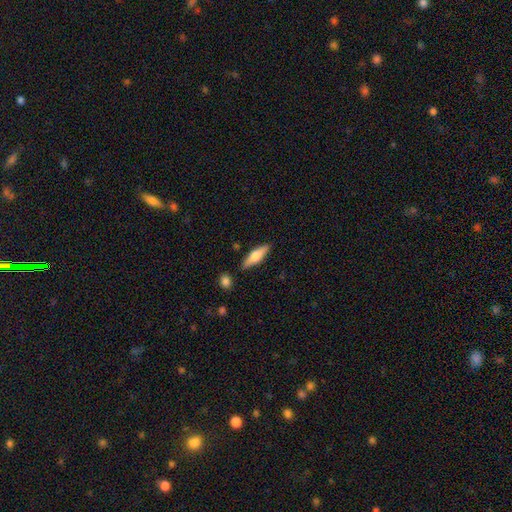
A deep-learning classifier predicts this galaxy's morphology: A smooth galaxy with no disk features (61%) that is cigar-shaped (57%).

Vote fractions:
- Smooth or featured? smooth: 61% / featured or disk: 33% / star or artifact: 6%
- How rounded? cigar-shaped: 57% / in between: 41% / round: 2%
- Merging? none: 85% / minor disturbance: 10% / merger: 3% / major disturbance: 2%